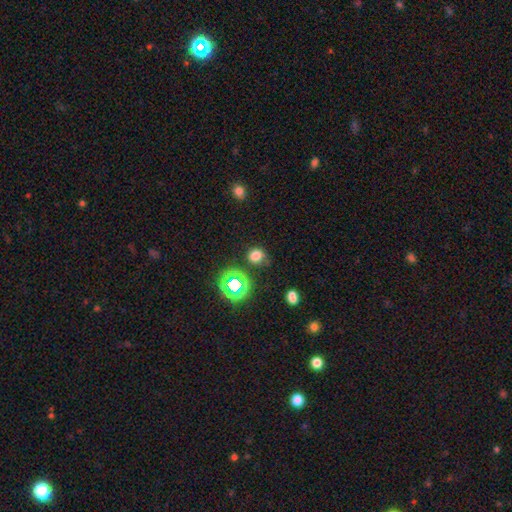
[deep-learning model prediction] Q: Smooth or featured?
A: smooth (71%); runner-up: star or artifact (23%)
Q: How rounded?
A: round (75%); runner-up: in between (24%)
Q: Merging?
A: none (73%); runner-up: minor disturbance (18%)